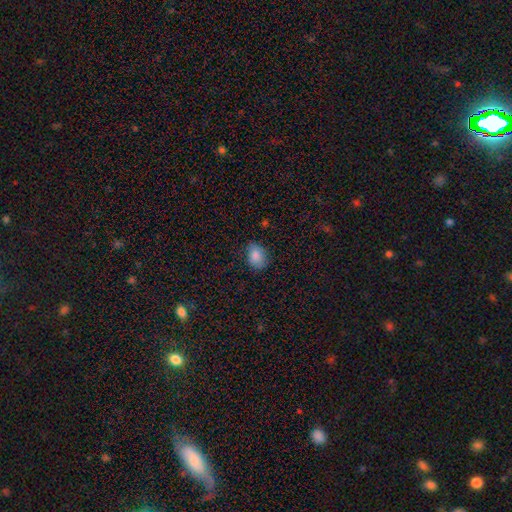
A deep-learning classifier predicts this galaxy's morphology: This is clearly a smooth galaxy (85%). How rounded: likely in between (71%). Merging: likely none (76%).